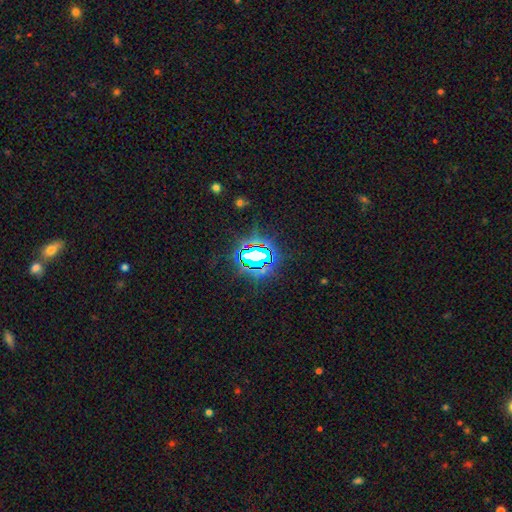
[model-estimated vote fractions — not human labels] Smooth or featured? Predicted: star or artifact (p=0.75).